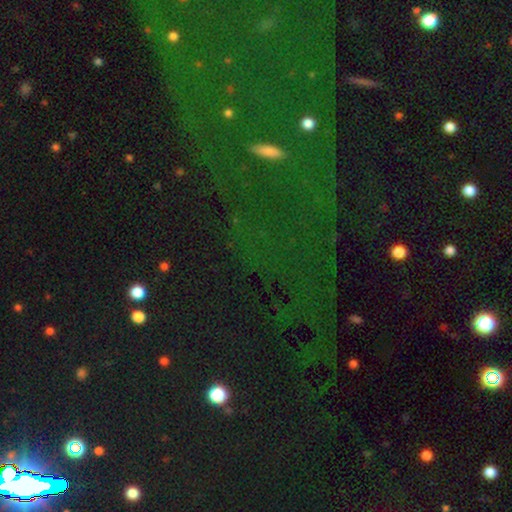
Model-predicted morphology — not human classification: star or artifact 64%, smooth 18%, featured or disk 18%.